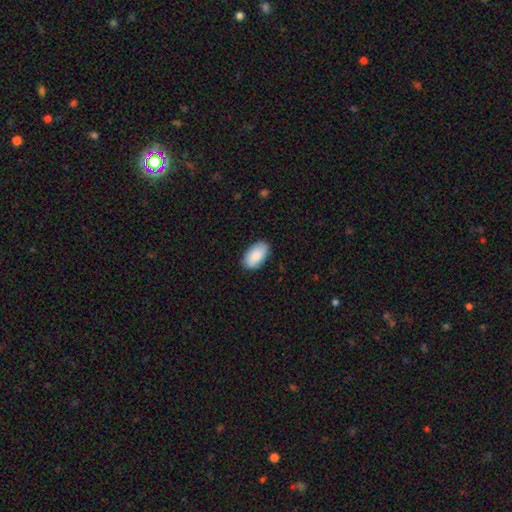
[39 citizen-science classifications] Smooth or featured? smooth (90%)
How rounded? in between (100%)
Merging? none (89%)